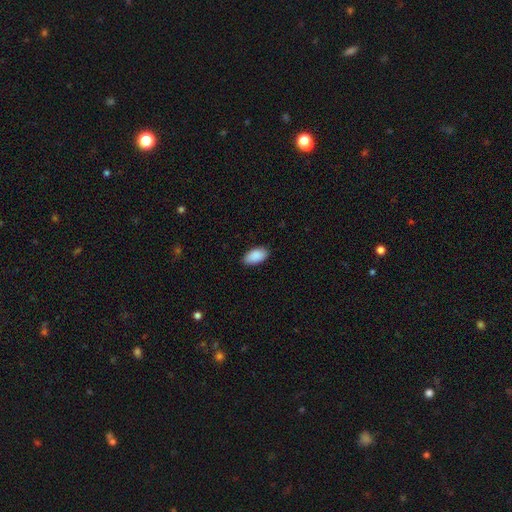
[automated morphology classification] Overall: smooth (90%). How rounded: in between (95%). Merging: none (86%).